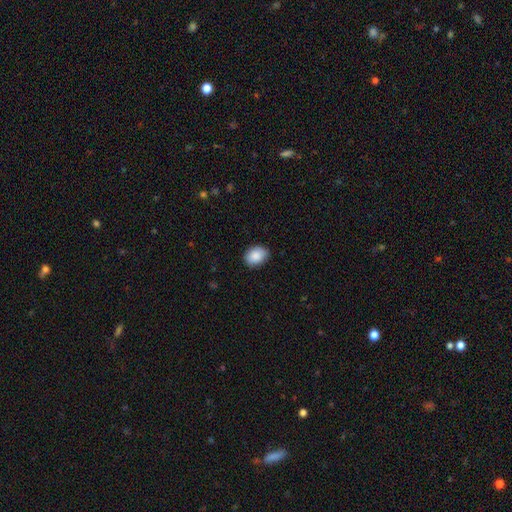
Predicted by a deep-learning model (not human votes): A smooth galaxy with no disk features (89%) that is in between round and cigar-shaped (75%).

Vote fractions:
- Smooth or featured? smooth: 89% / star or artifact: 7% / featured or disk: 4%
- How rounded? in between: 75% / round: 24% / cigar-shaped: 1%
- Merging? none: 84% / minor disturbance: 13% / major disturbance: 2% / merger: 1%